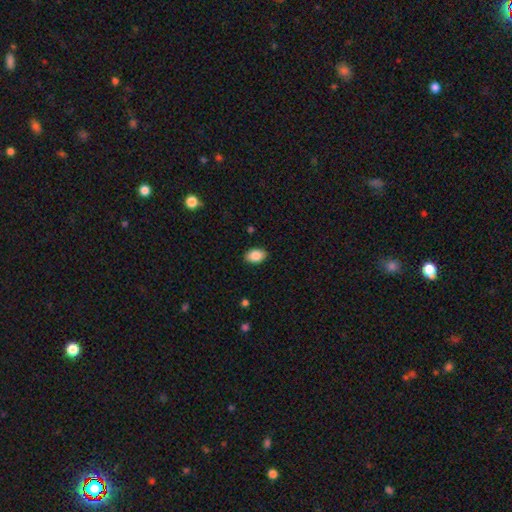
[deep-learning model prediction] Morphology: type=smooth (87%); roundness=in between (88%); merging=none (89%).